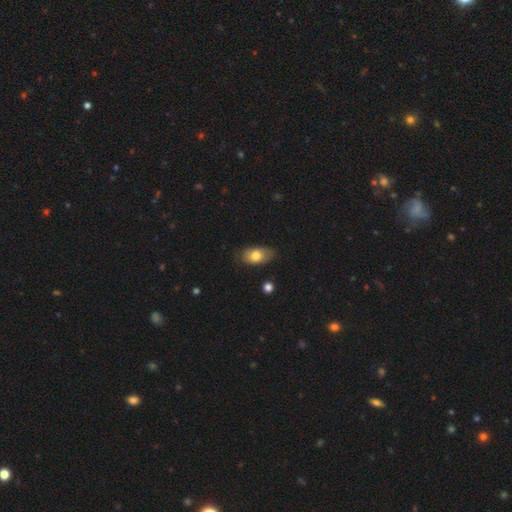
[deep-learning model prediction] Smooth or featured? Predicted: smooth (p=0.76). How rounded? Predicted: in between (p=0.89). Merging? Predicted: none (p=0.73).